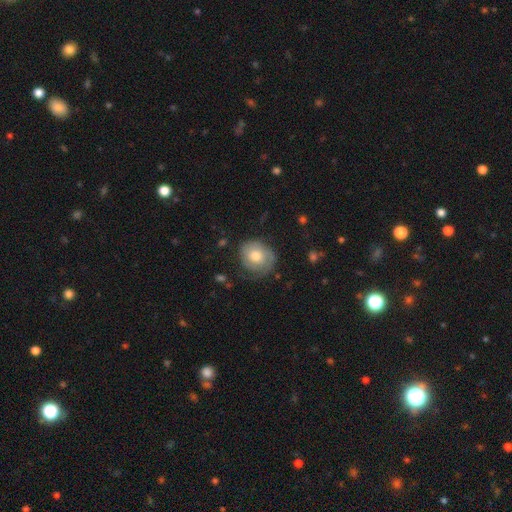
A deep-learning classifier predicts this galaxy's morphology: smooth-or-featured: smooth: 53% | featured or disk: 40% | star or artifact: 7%
  how-rounded: round: 73% | in between: 26% | cigar-shaped: 1%
  merging: none: 65% | minor disturbance: 23% | major disturbance: 10% | merger: 1%